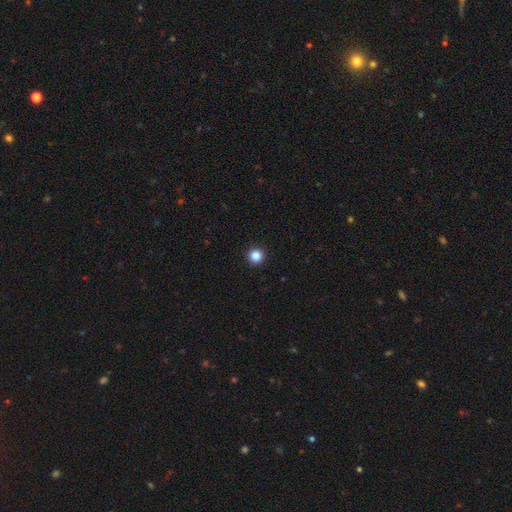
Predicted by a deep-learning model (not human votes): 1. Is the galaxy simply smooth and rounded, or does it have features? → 86% smooth, 11% star or artifact, 3% featured or disk.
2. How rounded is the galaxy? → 96% round, 3% in between, 1% cigar-shaped.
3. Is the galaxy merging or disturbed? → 94% none, 4% minor disturbance, 1% major disturbance, 1% merger.